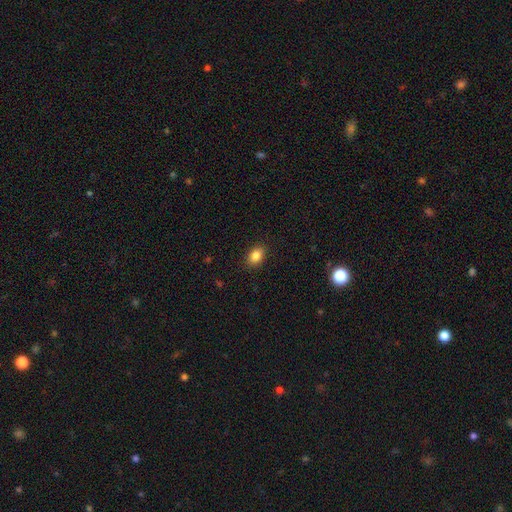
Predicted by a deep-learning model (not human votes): This appears to be a smooth galaxy with no disk features (85%) that is in between round and cigar-shaped (79%). Merging: none (88%).